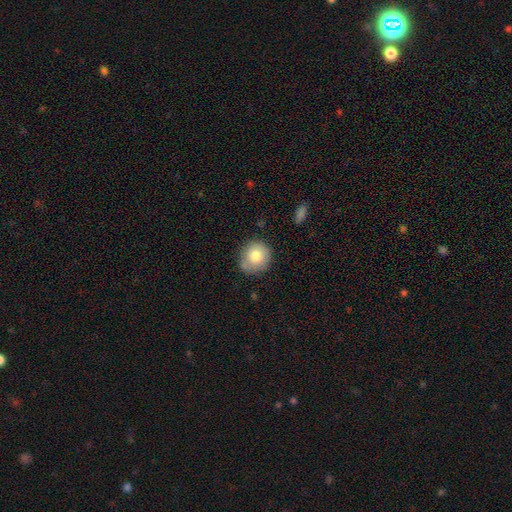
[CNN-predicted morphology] smooth-or-featured: smooth: 79% | featured or disk: 12% | star or artifact: 8%
  how-rounded: round: 88% | in between: 11% | cigar-shaped: 1%
  merging: none: 73% | minor disturbance: 18% | merger: 5% | major disturbance: 4%